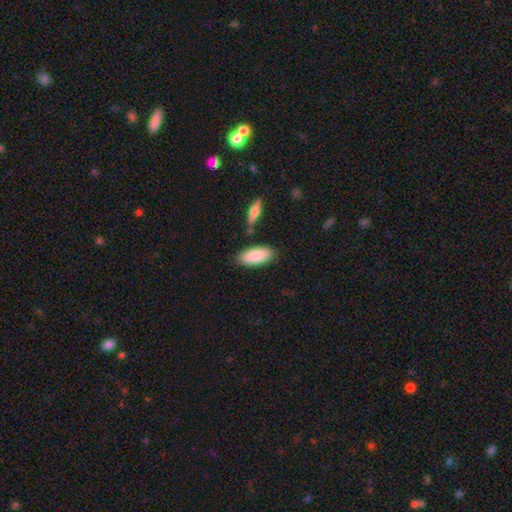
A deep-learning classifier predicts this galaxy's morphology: smooth 88%, featured or disk 7%, star or artifact 5%. Down the decision tree: how rounded — in between (82%); merging — none (80%).